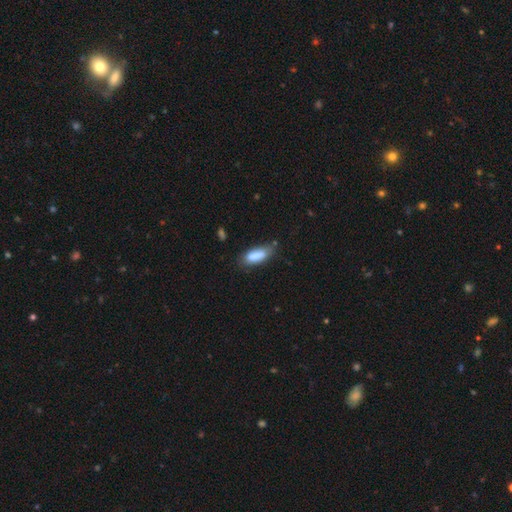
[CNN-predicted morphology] smooth 84%, featured or disk 9%, star or artifact 7%. Down the decision tree: how rounded — in between (69%); merging — none (65%).